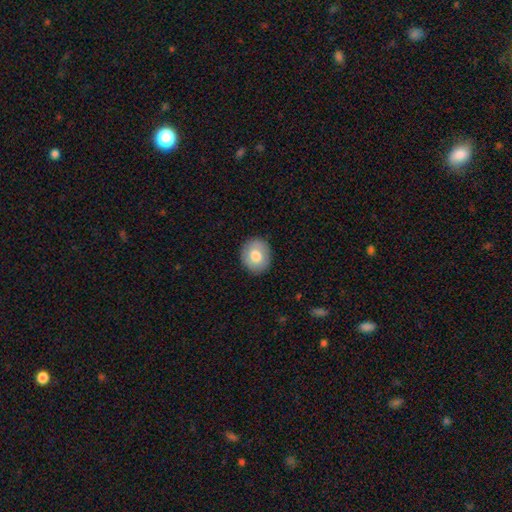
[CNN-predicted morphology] This appears to be a smooth galaxy with no disk features (76%) that is round (71%). Merging: none (89%).